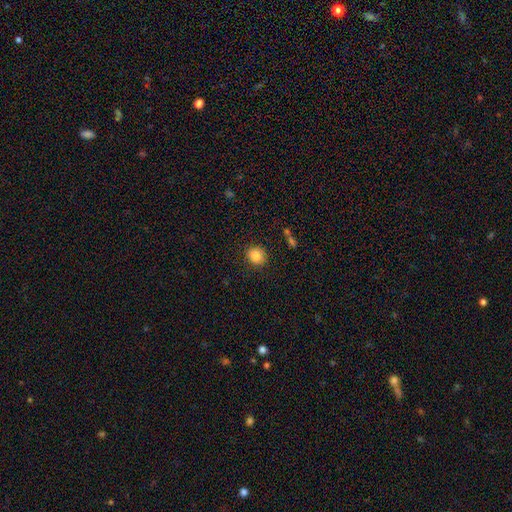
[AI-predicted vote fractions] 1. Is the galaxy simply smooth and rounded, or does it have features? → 85% smooth, 10% star or artifact, 5% featured or disk.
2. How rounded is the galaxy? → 83% round, 16% in between, 1% cigar-shaped.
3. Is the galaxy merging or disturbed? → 88% none, 8% minor disturbance, 3% major disturbance, 2% merger.